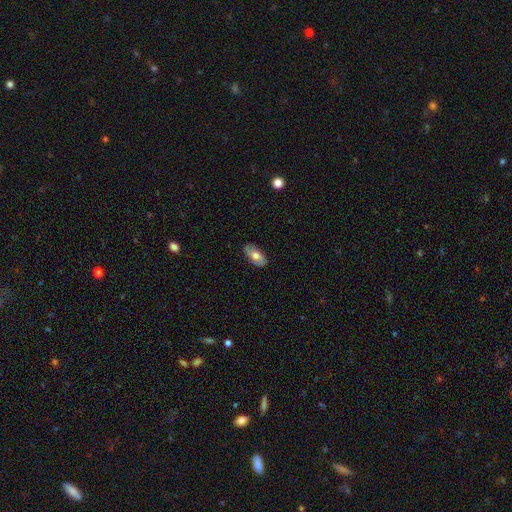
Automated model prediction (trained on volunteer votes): Q: Smooth or featured?
A: smooth (61%); runner-up: featured or disk (32%)
Q: How rounded?
A: in between (91%); runner-up: cigar-shaped (6%)
Q: Merging?
A: none (84%); runner-up: minor disturbance (12%)